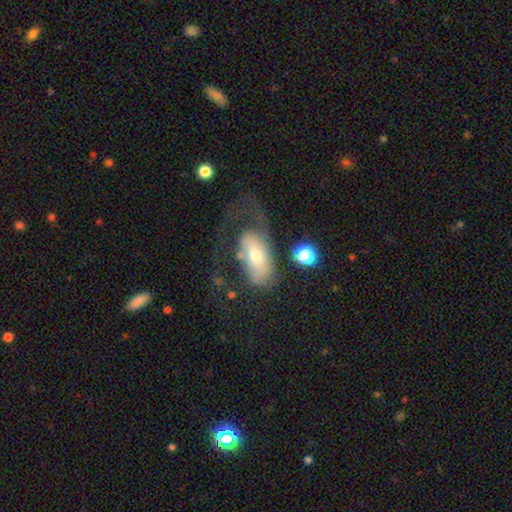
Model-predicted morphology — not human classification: This is possibly a smooth galaxy (52%). How rounded: clearly in between (90%). Merging: possibly major disturbance (50%).